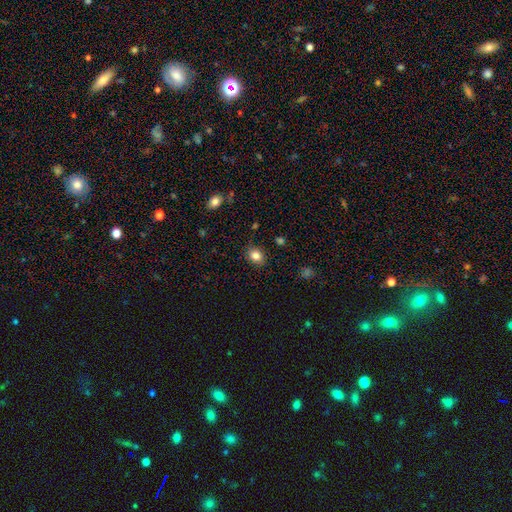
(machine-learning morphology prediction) type=smooth (84%); roundness=in between (53%); merging=none (84%).